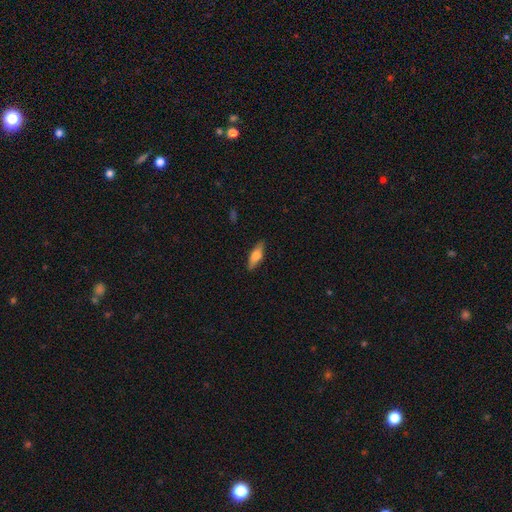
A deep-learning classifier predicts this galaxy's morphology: Overall: smooth (58%; featured or disk 35%). How rounded: in between (56%; cigar-shaped 41%). Merging: none (86%).